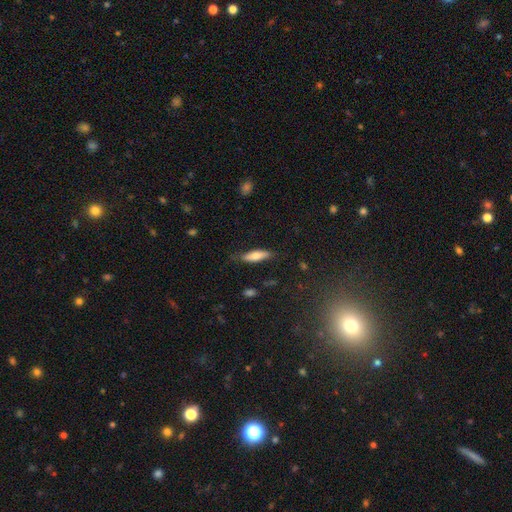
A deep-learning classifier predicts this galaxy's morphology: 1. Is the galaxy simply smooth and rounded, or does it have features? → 69% smooth, 25% featured or disk, 6% star or artifact.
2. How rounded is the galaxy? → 57% cigar-shaped, 41% in between, 2% round.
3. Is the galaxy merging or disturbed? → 76% none, 18% minor disturbance, 4% major disturbance, 2% merger.